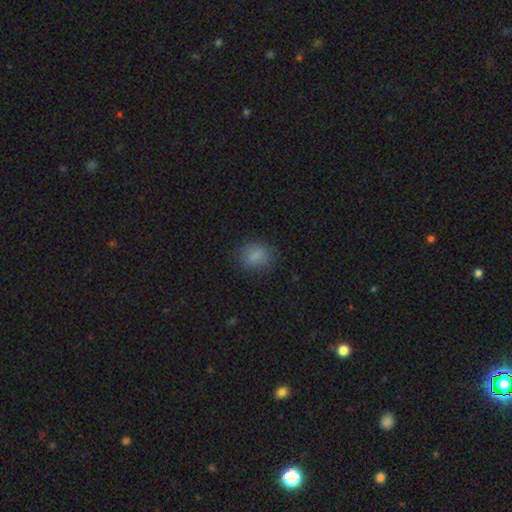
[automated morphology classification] Smooth or featured? smooth (84%)
How rounded? round (69%)
Merging? none (83%)